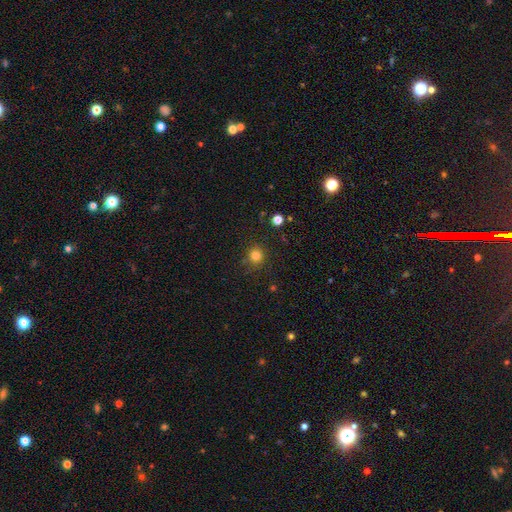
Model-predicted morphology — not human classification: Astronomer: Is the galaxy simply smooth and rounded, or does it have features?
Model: smooth — 80%.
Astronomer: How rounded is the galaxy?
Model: round — 91%.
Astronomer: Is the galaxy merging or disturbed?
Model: none — 85%.